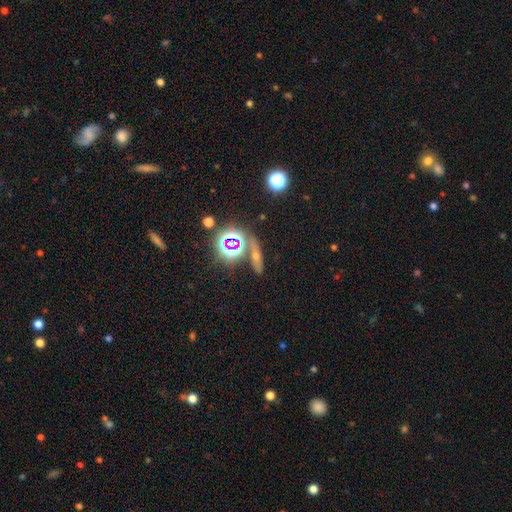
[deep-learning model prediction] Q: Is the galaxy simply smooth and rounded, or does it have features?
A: star or artifact — 39%.